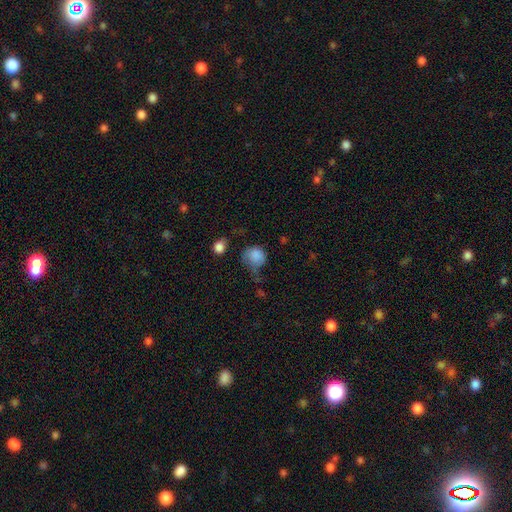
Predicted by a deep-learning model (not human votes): A smooth galaxy with no disk features (82%) that is round (78%). Merging: none (36%).